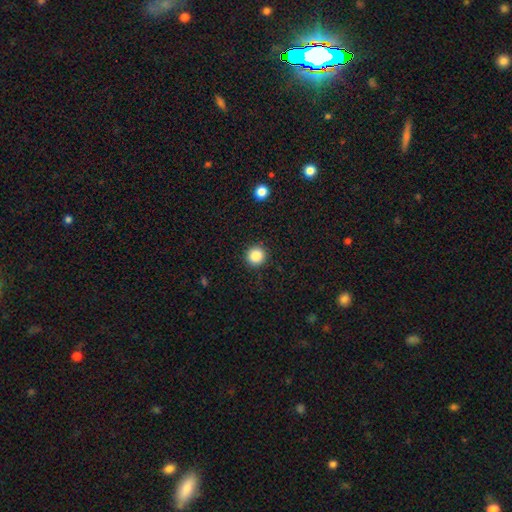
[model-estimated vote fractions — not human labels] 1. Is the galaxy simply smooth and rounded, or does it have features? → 86% smooth, 10% star or artifact, 4% featured or disk.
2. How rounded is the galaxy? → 95% round, 4% in between, 1% cigar-shaped.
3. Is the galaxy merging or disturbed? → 92% none, 5% minor disturbance, 2% major disturbance, 1% merger.